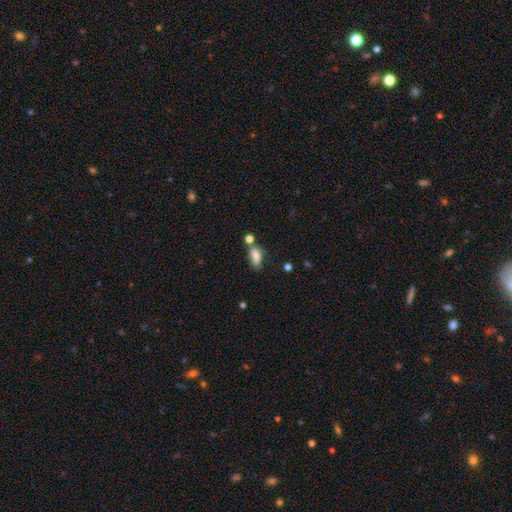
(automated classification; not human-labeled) Smooth or featured?
  - smooth: 76% *
  - featured or disk: 14%
  - star or artifact: 10%
How rounded?
  - in between: 78% *
  - cigar-shaped: 17%
  - round: 6%
Merging?
  - none: 48% *
  - merger: 22%
  - minor disturbance: 22%
  - major disturbance: 9%